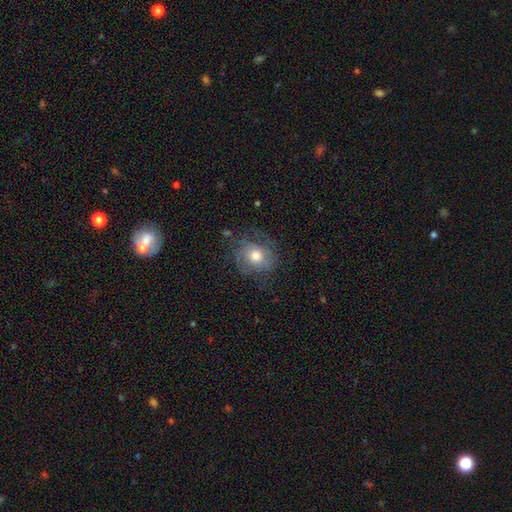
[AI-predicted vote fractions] Smooth or featured? Predicted: smooth (p=0.56). How rounded? Predicted: round (p=0.72). Merging? Predicted: none (p=0.64).